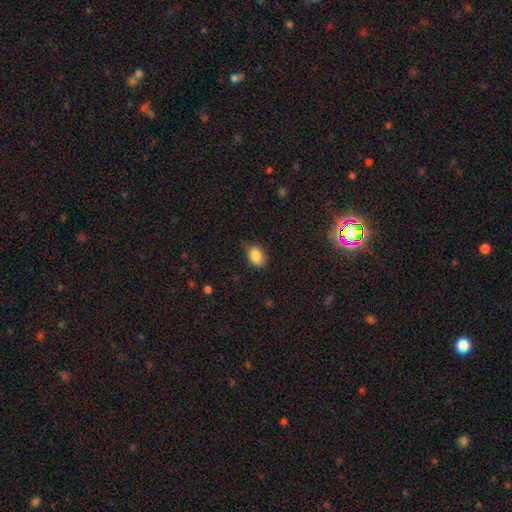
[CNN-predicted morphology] The model was most divided on "merging": none: 75%, minor disturbance: 20%, major disturbance: 4%, merger: 1%. More confident: smooth or featured — smooth (86%); how rounded — in between (82%).